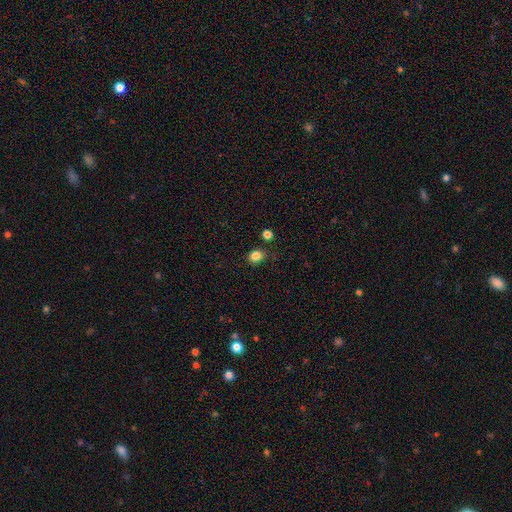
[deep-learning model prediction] A smooth galaxy with no disk features (83%) that is round (62%).

Vote fractions:
- Smooth or featured? smooth: 83% / star or artifact: 12% / featured or disk: 5%
- How rounded? round: 62% / in between: 37% / cigar-shaped: 1%
- Merging? none: 77% / minor disturbance: 14% / merger: 5% / major disturbance: 4%